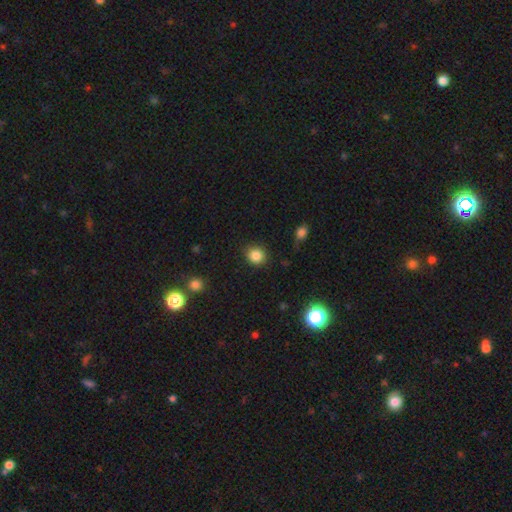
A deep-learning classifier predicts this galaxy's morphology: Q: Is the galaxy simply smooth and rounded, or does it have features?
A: smooth — 85%.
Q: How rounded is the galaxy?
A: round — 82%.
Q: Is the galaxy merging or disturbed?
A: none — 86%.